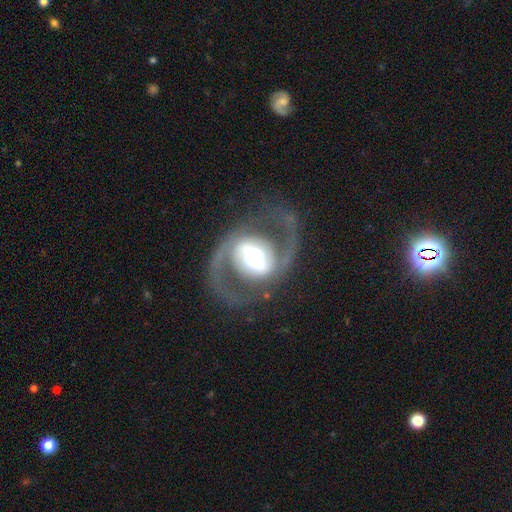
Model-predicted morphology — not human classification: A featured or disk galaxy (87%) with a strong bar (36%), 2 (94%) medium (56%) spiral arms (91%) and a large central bulge (42%).

Vote fractions:
- Smooth or featured? featured or disk: 87% / smooth: 8% / star or artifact: 5%
- Edge-on disk? no: 97% / yes: 3%
- Bar? strong: 36% / no: 34% / weak: 30%
- Spiral arms? yes: 91% / no: 9%
- Spiral winding? medium: 56% / loose: 28% / tight: 16%
- Spiral arm count? 2: 94% / can't tell: 2% / 1: 1% / 3: 1% / 4: 1% / more than 4: 1%
- Bulge size? large: 42% / moderate: 39% / dominant: 14% / small: 5% / none: 1%
- Merging? none: 76% / major disturbance: 12% / minor disturbance: 11% / merger: 2%